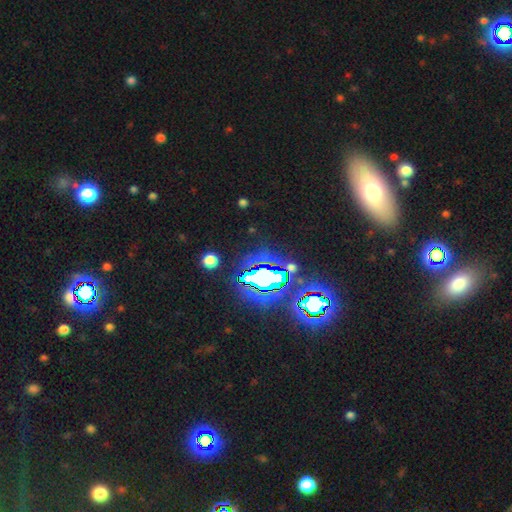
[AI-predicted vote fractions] The model was most divided on "smooth or featured": star or artifact: 67%, smooth: 19%, featured or disk: 14%.